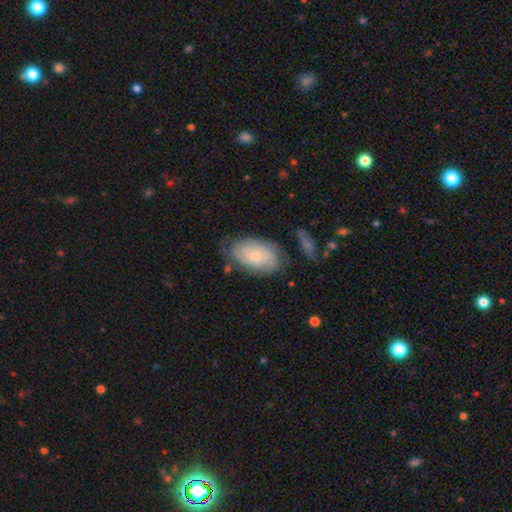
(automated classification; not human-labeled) Smooth or featured?
  - featured or disk: 59% *
  - smooth: 34%
  - star or artifact: 7%
Edge-on disk?
  - no: 95% *
  - yes: 5%
Bar?
  - no: 75% *
  - weak: 22%
  - strong: 3%
Spiral arms?
  - yes: 86% *
  - no: 14%
Bulge size?
  - small: 68% *
  - moderate: 27%
  - none: 3%
  - large: 2%
  - dominant: 1%
Merging?
  - none: 68% *
  - minor disturbance: 21%
  - major disturbance: 7%
  - merger: 3%